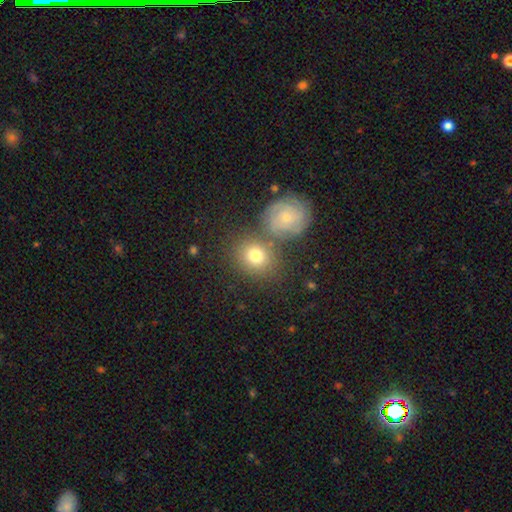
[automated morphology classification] smooth-or-featured: smooth: 66% | featured or disk: 23% | star or artifact: 11%
  how-rounded: round: 69% | in between: 29% | cigar-shaped: 1%
  merging: none: 66% | merger: 17% | minor disturbance: 12% | major disturbance: 4%